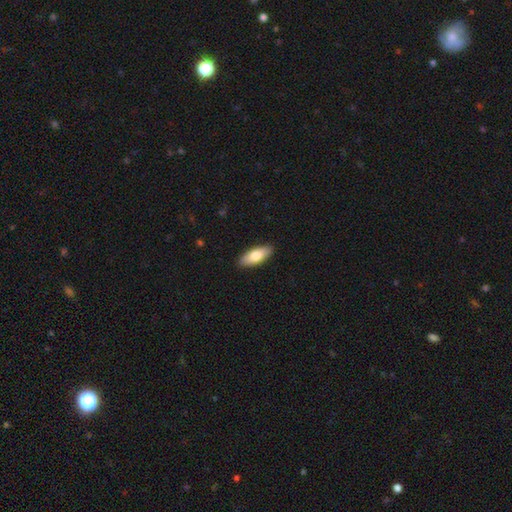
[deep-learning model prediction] Morphology: type=smooth (76%); roundness=in between (78%); merging=none (89%).